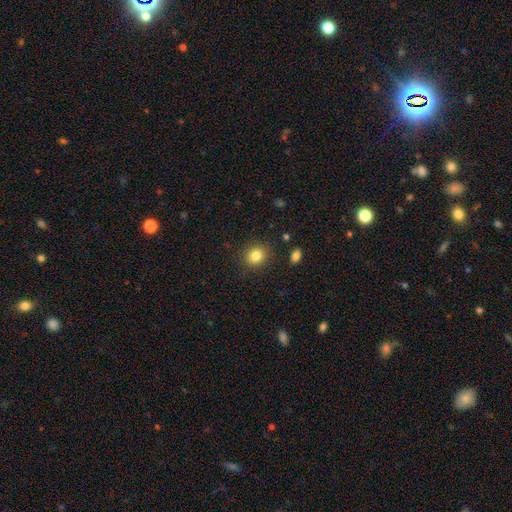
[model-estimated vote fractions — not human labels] Morphology: type=smooth (83%); roundness=round (82%); merging=none (88%).